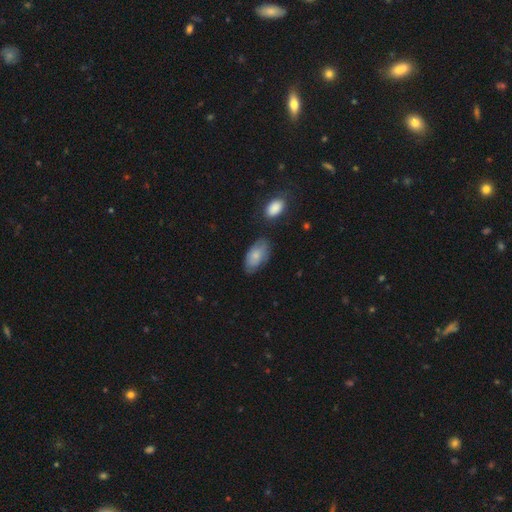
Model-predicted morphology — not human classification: Smooth or featured?
  - smooth: 73% *
  - featured or disk: 20%
  - star or artifact: 6%
How rounded?
  - in between: 94% *
  - round: 4%
  - cigar-shaped: 3%
Merging?
  - none: 67% *
  - minor disturbance: 24%
  - major disturbance: 5%
  - merger: 4%